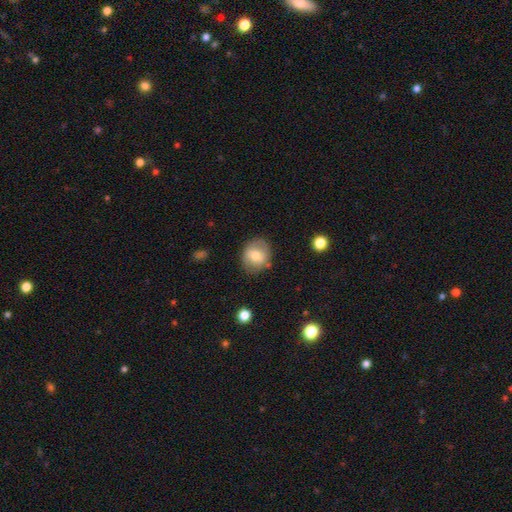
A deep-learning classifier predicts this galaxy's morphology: Smooth or featured? Predicted: smooth (p=0.68). How rounded? Predicted: round (p=0.69). Merging? Predicted: none (p=0.78).